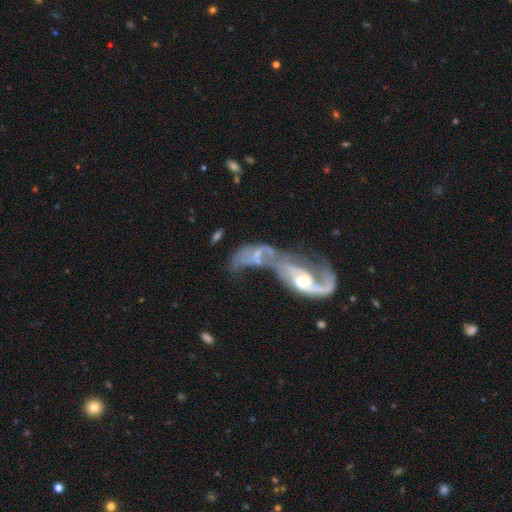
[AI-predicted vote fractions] Smooth or featured: featured or disk — 72% (smooth — 19%)
Edge-on disk: no — 93% (yes — 7%)
Bar: no — 59% (weak — 32%)
Spiral arms: yes — 72% (no — 28%)
Bulge size: moderate — 48% (small — 34%)
Merging: merger — 74% (major disturbance — 13%)